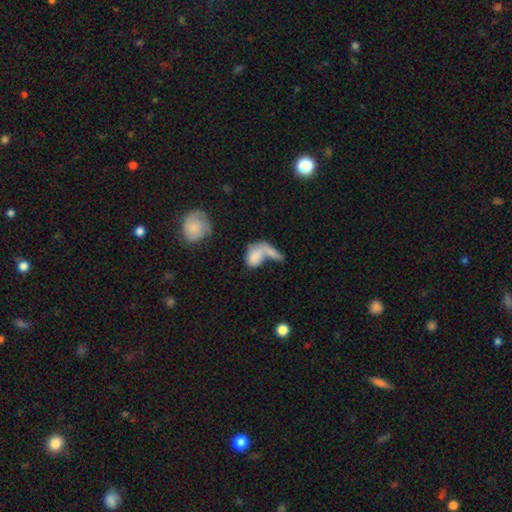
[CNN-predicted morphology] smooth 72%, featured or disk 20%, star or artifact 8%. Down the decision tree: how rounded — in between (83%); merging — merger (55%).